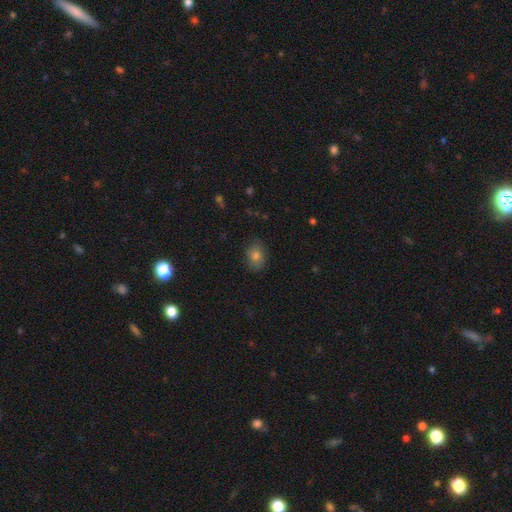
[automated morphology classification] smooth-or-featured: smooth: 74% | star or artifact: 13% | featured or disk: 13%
  how-rounded: in between: 60% | round: 39% | cigar-shaped: 1%
  merging: none: 80% | minor disturbance: 15% | major disturbance: 4% | merger: 1%